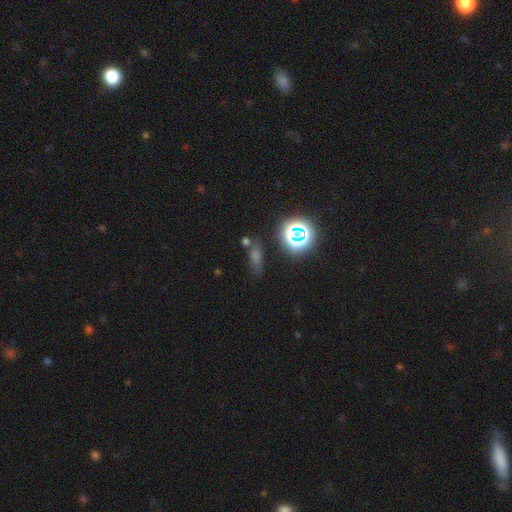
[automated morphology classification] Smooth or featured? star or artifact (49%)